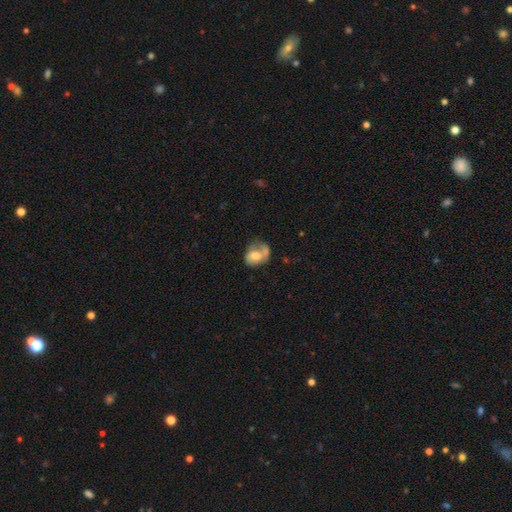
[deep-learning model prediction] Morphology: type=smooth (56%); roundness=in between (58%); merging=none (30%).